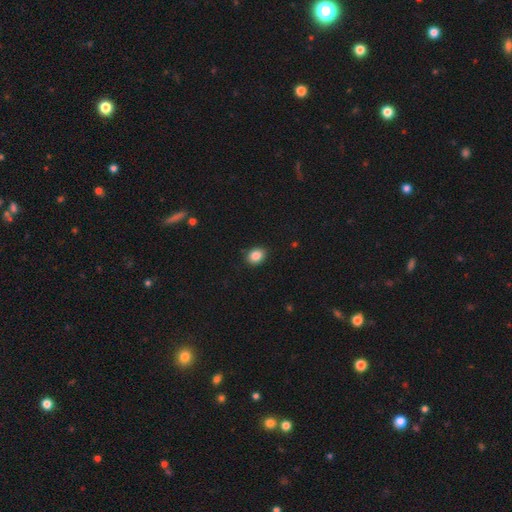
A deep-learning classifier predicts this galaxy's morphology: Overall: smooth (86%). How rounded: in between (52%; round 47%). Merging: none (88%).